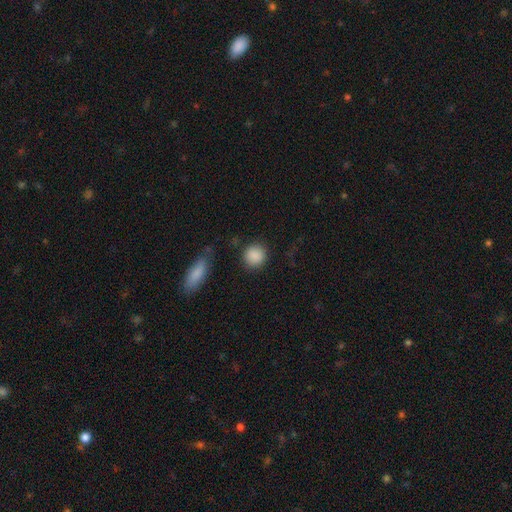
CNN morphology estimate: A smooth galaxy with no disk features (89%) that is round (85%). Merging: none (83%).